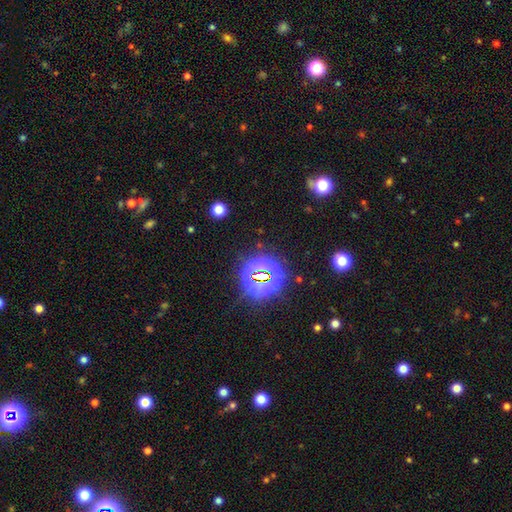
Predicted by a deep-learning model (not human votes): Q: Smooth or featured?
A: star or artifact (81%); runner-up: smooth (12%)